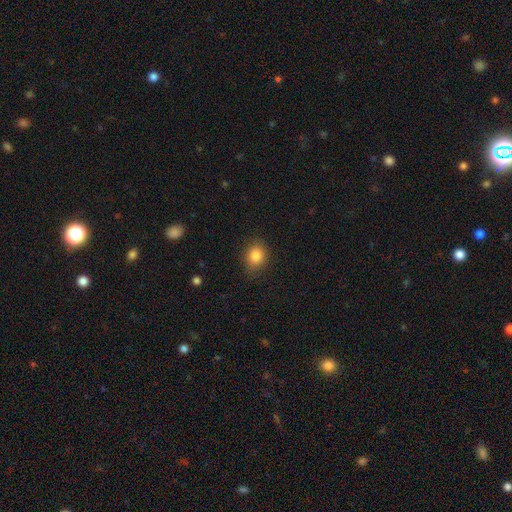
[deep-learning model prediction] smooth-or-featured: smooth: 85% | star or artifact: 10% | featured or disk: 5%
  how-rounded: round: 54% | in between: 45% | cigar-shaped: 1%
  merging: none: 84% | minor disturbance: 12% | major disturbance: 3% | merger: 1%